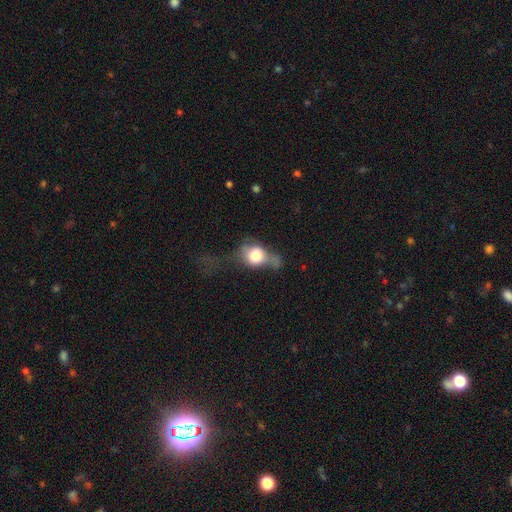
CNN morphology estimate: A smooth galaxy with no disk features (66%) that is round (54%).

Vote fractions:
- Smooth or featured? smooth: 66% / featured or disk: 24% / star or artifact: 10%
- How rounded? round: 54% / in between: 43% / cigar-shaped: 3%
- Merging? major disturbance: 48% / minor disturbance: 22% / none: 20% / merger: 11%